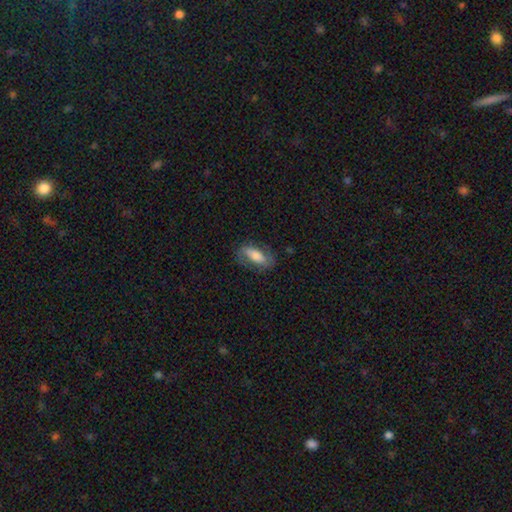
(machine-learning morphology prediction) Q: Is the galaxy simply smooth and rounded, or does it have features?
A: smooth — 57%.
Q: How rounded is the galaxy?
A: in between — 78%.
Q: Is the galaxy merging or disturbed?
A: none — 69%.